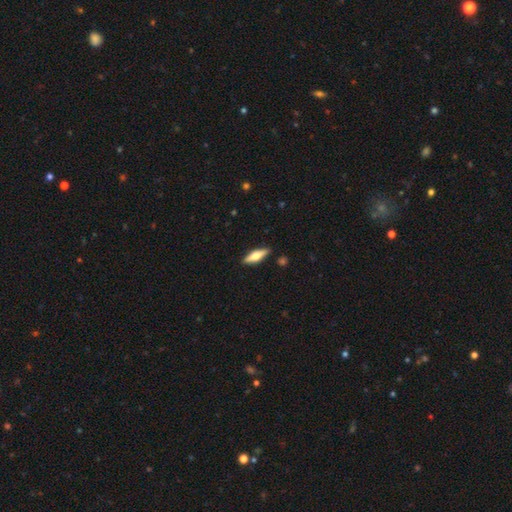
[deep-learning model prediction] Q: Smooth or featured?
A: smooth (48%); runner-up: featured or disk (47%)
Q: Merging?
A: none (89%); runner-up: minor disturbance (8%)